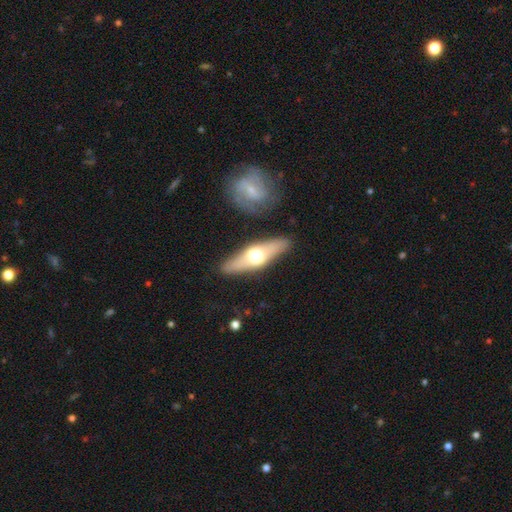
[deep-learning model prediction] featured or disk 55%, smooth 40%, star or artifact 5%. Down the decision tree: edge-on disk — yes (85%); merging — none (86%).